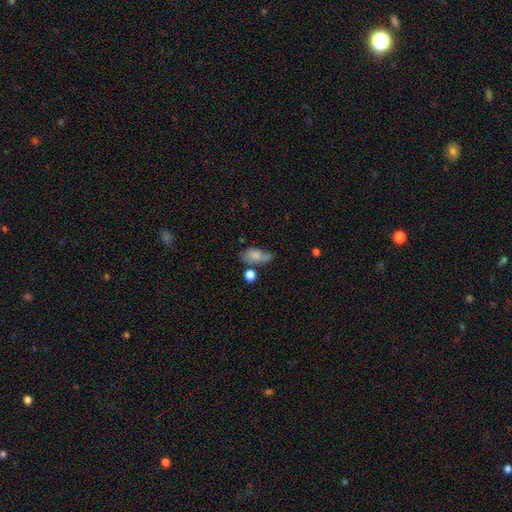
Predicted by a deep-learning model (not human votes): Smooth or featured: smooth — 73% (featured or disk — 18%)
How rounded: in between — 85% (round — 10%)
Merging: none — 38% (minor disturbance — 27%)